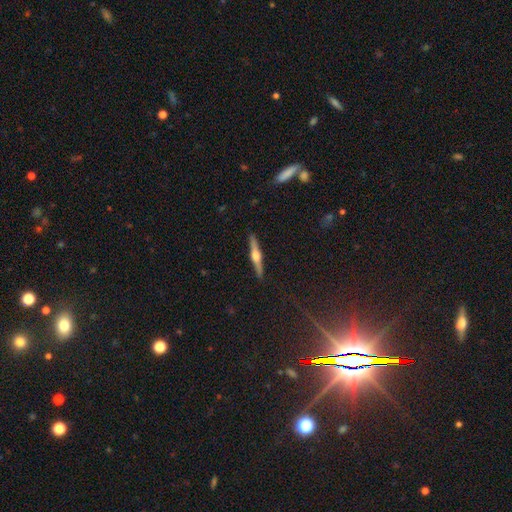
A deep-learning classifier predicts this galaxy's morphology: A featured or disk galaxy (72%) viewed edge-on (98%) with a rounded central bulge (93%). Merging: none (91%).